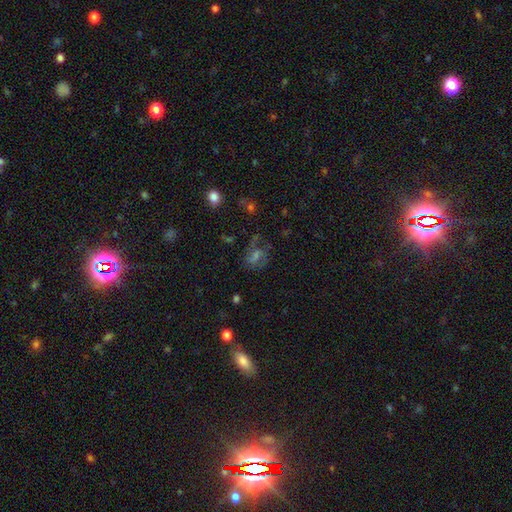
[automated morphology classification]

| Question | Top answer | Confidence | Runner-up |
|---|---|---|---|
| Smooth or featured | featured or disk | 40% | smooth (31%) |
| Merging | none | 60% | minor disturbance (19%) |